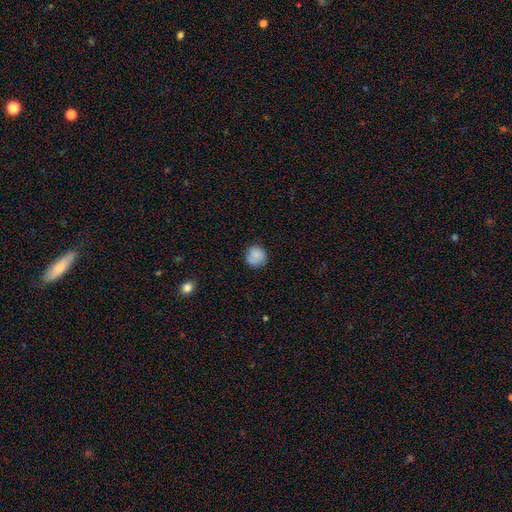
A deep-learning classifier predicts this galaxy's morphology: Smooth or featured: smooth — 82% (featured or disk — 9%)
How rounded: round — 89% (in between — 10%)
Merging: none — 78% (minor disturbance — 16%)